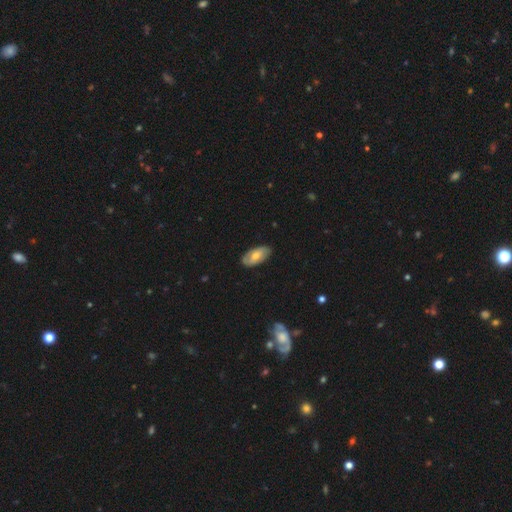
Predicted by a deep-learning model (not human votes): smooth_or_featured: smooth (p=0.52) [alt: featured or disk p=0.42]
how_rounded: in between (p=0.92) [alt: cigar-shaped p=0.05]
merging: none (p=0.80) [alt: minor disturbance p=0.16]